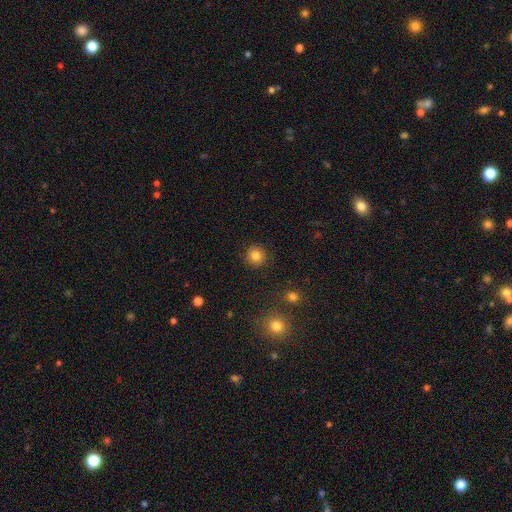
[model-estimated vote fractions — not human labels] Smooth or featured? smooth (82%)
How rounded? round (94%)
Merging? none (91%)